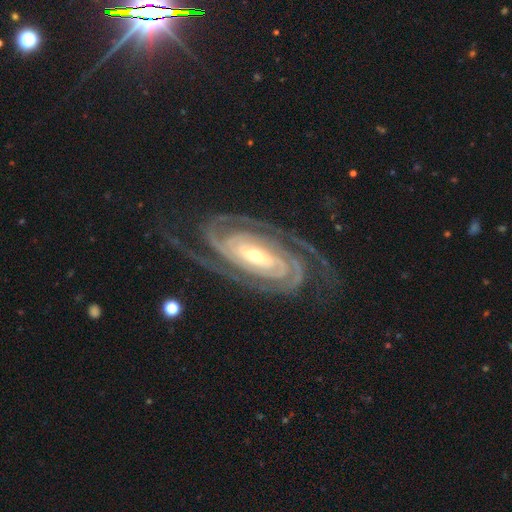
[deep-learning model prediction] Overall: featured or disk (93%). Edge-on disk: no (96%). Bar: no (38%; strong 35%). Spiral arms: yes (98%). Spiral arm count: 2 (61%). Spiral winding: tight (74%). Bulge size: moderate (47%, tied with small). Merging: none (73%).